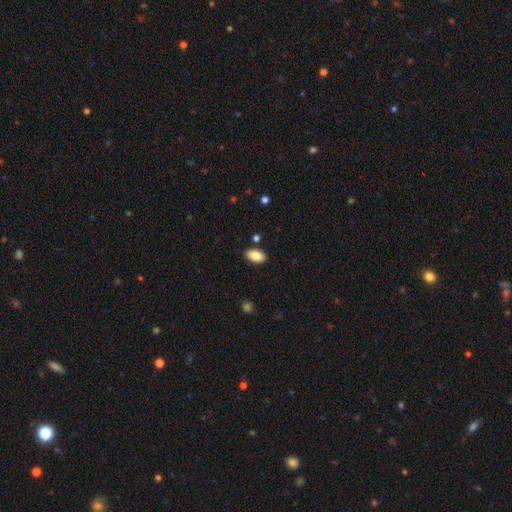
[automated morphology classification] Smooth or featured: smooth — 87% (star or artifact — 7%)
How rounded: in between — 94% (round — 5%)
Merging: none — 86% (minor disturbance — 9%)